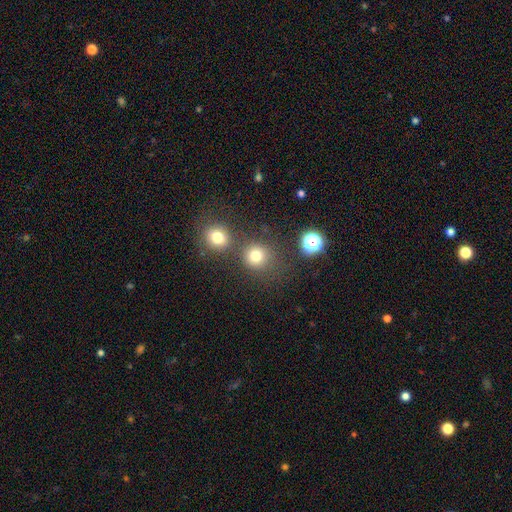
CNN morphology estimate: Smooth or featured? smooth (77%)
How rounded? round (89%)
Merging? none (69%)